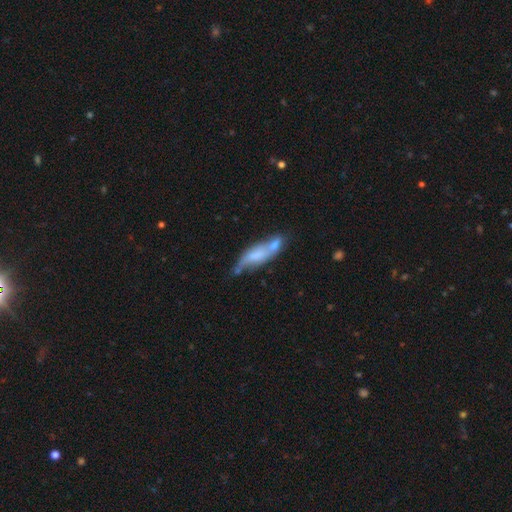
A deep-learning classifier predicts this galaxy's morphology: Smooth or featured? featured or disk (48%)
Merging? none (36%)